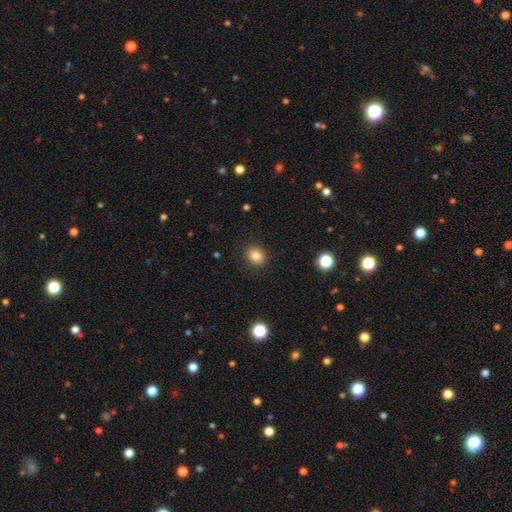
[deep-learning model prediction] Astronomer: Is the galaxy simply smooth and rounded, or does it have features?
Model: smooth — 84%.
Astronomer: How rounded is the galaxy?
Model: round — 67%.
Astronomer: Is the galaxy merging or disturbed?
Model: none — 89%.